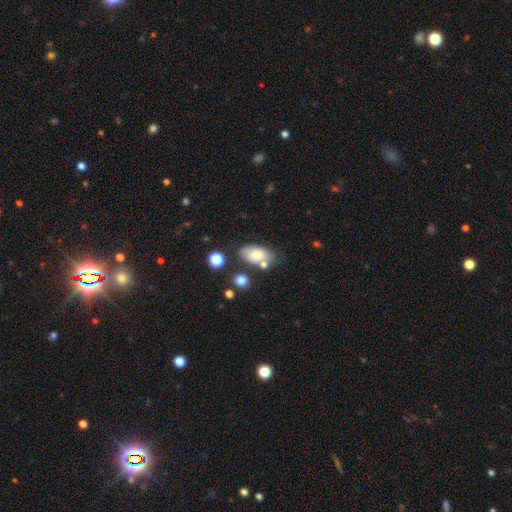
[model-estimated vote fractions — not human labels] Smooth or featured?
  - smooth: 76% *
  - featured or disk: 16%
  - star or artifact: 8%
How rounded?
  - in between: 92% *
  - round: 5%
  - cigar-shaped: 3%
Merging?
  - none: 63% *
  - minor disturbance: 18%
  - merger: 13%
  - major disturbance: 5%